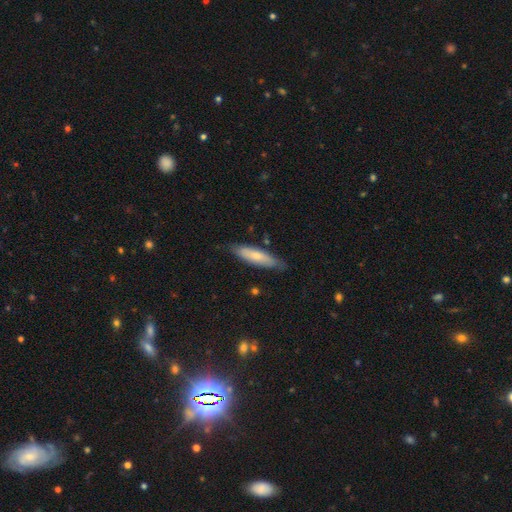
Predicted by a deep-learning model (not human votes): Smooth or featured: smooth — 65% (featured or disk — 30%)
How rounded: cigar-shaped — 70% (in between — 28%)
Merging: none — 77% (minor disturbance — 18%)